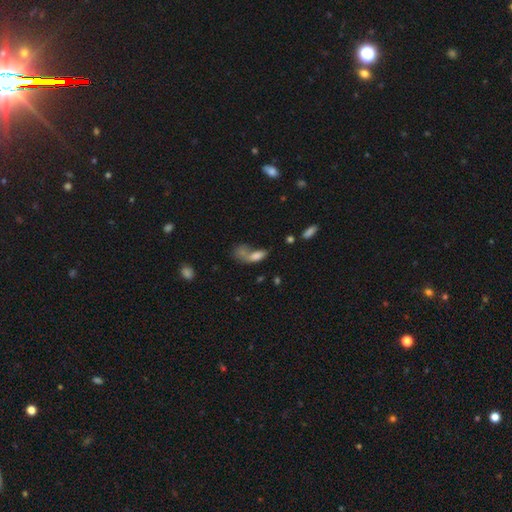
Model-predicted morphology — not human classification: Smooth or featured? Predicted: smooth (p=0.70). How rounded? Predicted: in between (p=0.80). Merging? Predicted: merger (p=0.40).